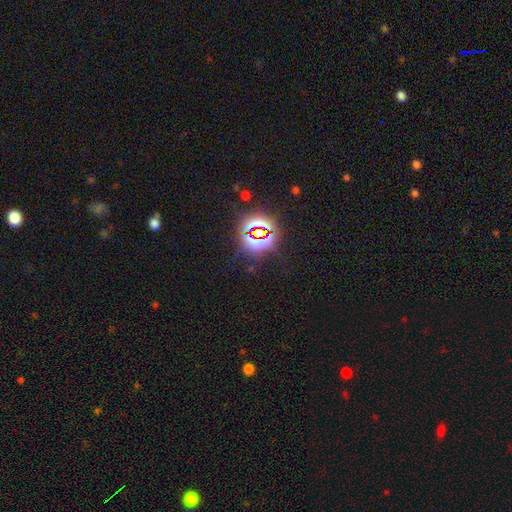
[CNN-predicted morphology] star or artifact 83%, smooth 10%, featured or disk 7%.